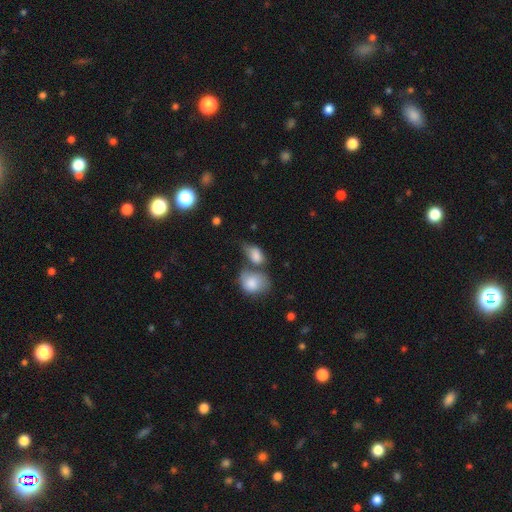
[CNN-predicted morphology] smooth_or_featured: smooth (p=0.81) [alt: featured or disk p=0.11]
how_rounded: in between (p=0.81) [alt: round p=0.17]
merging: merger (p=0.44) [alt: none p=0.28]